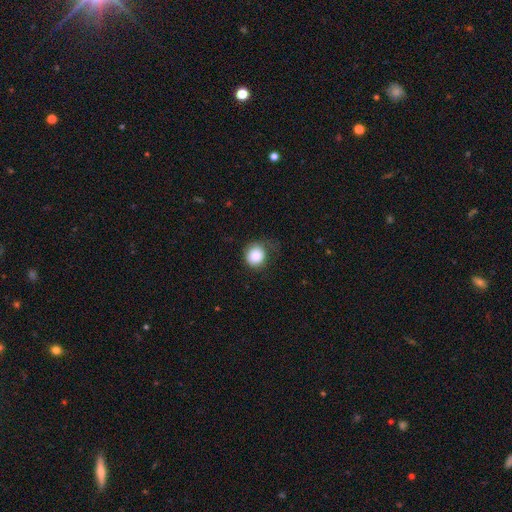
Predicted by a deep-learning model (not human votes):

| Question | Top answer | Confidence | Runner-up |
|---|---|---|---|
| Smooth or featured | smooth | 87% | star or artifact (8%) |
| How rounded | round | 87% | in between (12%) |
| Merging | none | 63% | minor disturbance (25%) |